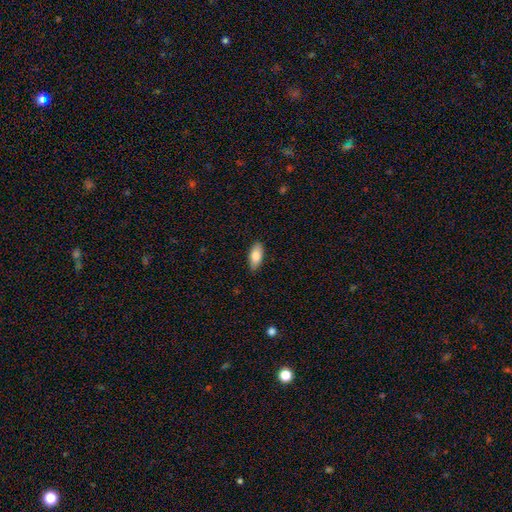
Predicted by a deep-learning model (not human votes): Smooth or featured? smooth (84%)
How rounded? in between (86%)
Merging? none (86%)